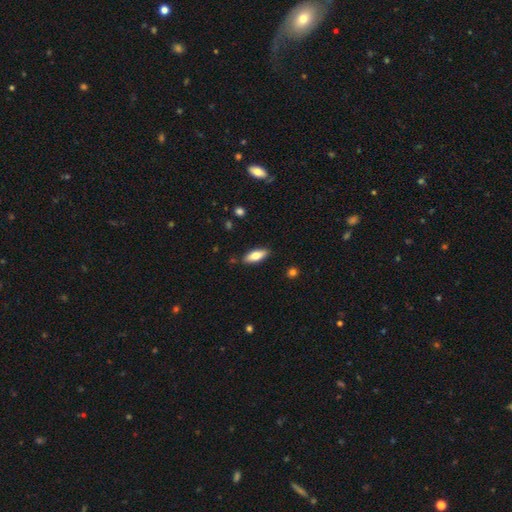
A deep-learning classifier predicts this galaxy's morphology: Smooth or featured? Predicted: smooth (p=0.71). How rounded? Predicted: in between (p=0.70). Merging? Predicted: none (p=0.87).